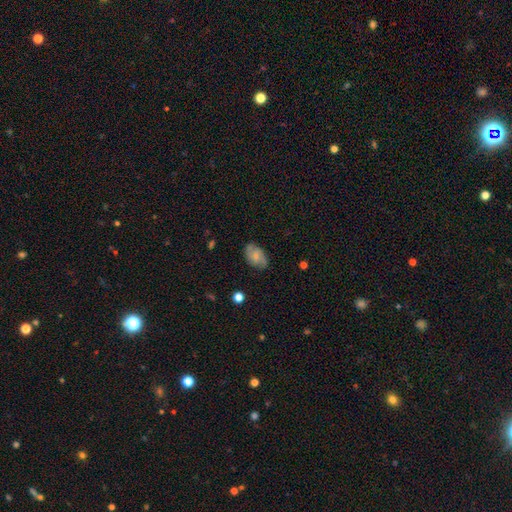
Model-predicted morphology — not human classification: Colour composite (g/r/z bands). It shows a smooth galaxy with no disk features (47%). Merging: none (77%).